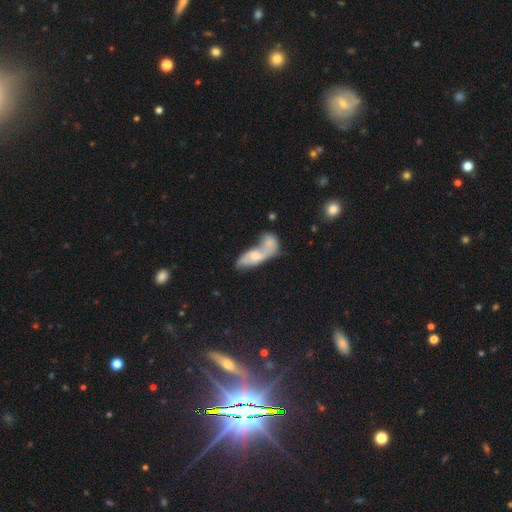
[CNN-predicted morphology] smooth_or_featured: featured or disk (p=0.47) [alt: smooth p=0.45]
merging: merger (p=0.66) [alt: none p=0.16]